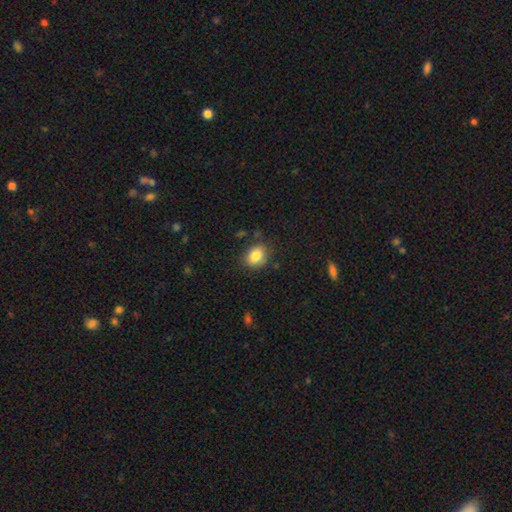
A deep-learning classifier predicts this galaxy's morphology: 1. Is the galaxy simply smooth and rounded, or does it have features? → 84% smooth, 9% star or artifact, 7% featured or disk.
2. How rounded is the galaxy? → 55% in between, 44% round, 1% cigar-shaped.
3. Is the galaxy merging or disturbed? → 81% none, 13% minor disturbance, 3% major disturbance, 2% merger.